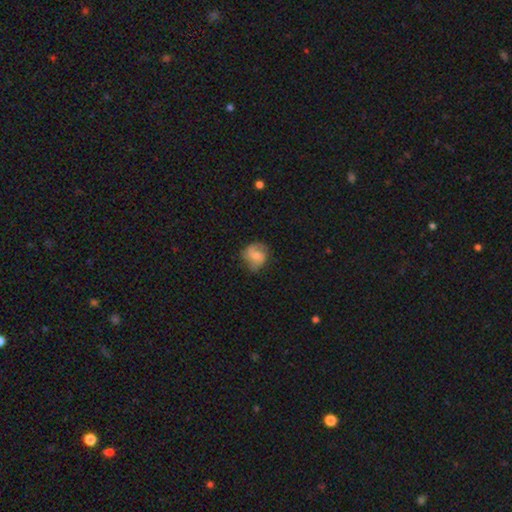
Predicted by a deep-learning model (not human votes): Q: Smooth or featured?
A: featured or disk (58%); runner-up: smooth (35%)
Q: Edge-on disk?
A: no (98%); runner-up: yes (2%)
Q: Bar?
A: no (54%); runner-up: weak (38%)
Q: Spiral arms?
A: yes (90%); runner-up: no (10%)
Q: Spiral winding?
A: medium (47%); runner-up: tight (29%)
Q: Spiral arm count?
A: 2 (78%); runner-up: can't tell (10%)
Q: Bulge size?
A: moderate (43%); tied with: small (43%)
Q: Merging?
A: none (68%); runner-up: minor disturbance (22%)